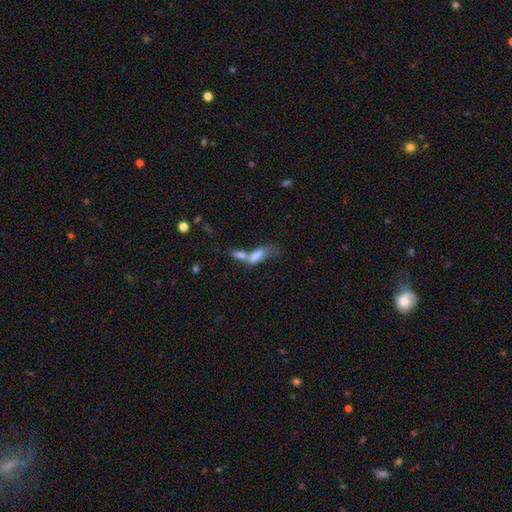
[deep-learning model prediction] Smooth or featured? smooth (67%)
How rounded? in between (70%)
Merging? merger (70%)